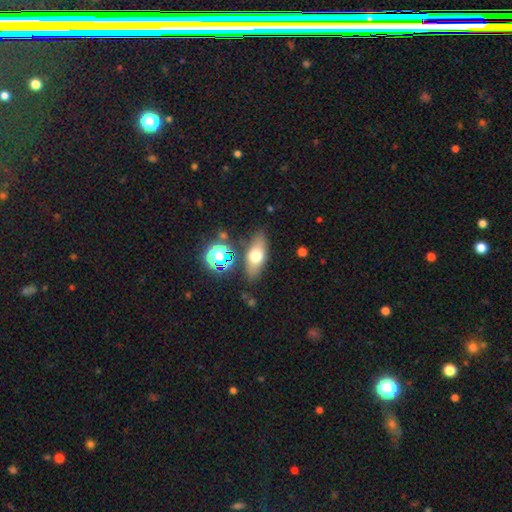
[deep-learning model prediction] smooth_or_featured: smooth (p=0.59) [alt: featured or disk p=0.30]
how_rounded: in between (p=0.68) [alt: cigar-shaped p=0.23]
merging: none (p=0.81) [alt: minor disturbance p=0.11]